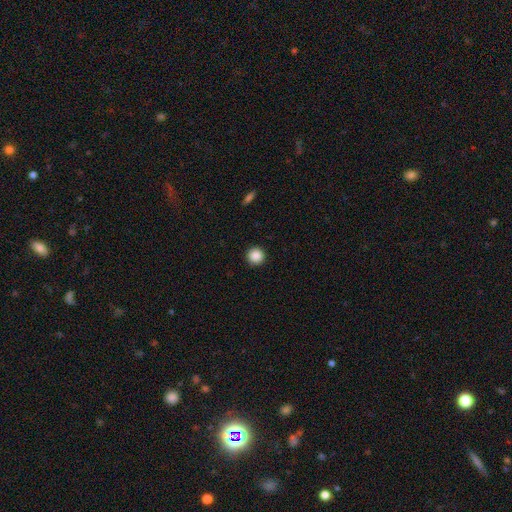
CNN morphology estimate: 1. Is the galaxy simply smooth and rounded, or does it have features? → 88% smooth, 9% star or artifact, 3% featured or disk.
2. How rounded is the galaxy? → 96% round, 3% in between, 1% cigar-shaped.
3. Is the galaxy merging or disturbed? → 93% none, 4% minor disturbance, 2% major disturbance, 1% merger.